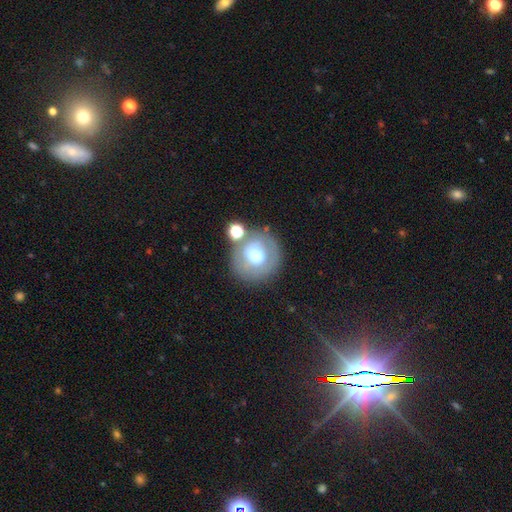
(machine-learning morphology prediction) Overall: smooth (54%; featured or disk 37%). How rounded: round (90%). Merging: none (70%).